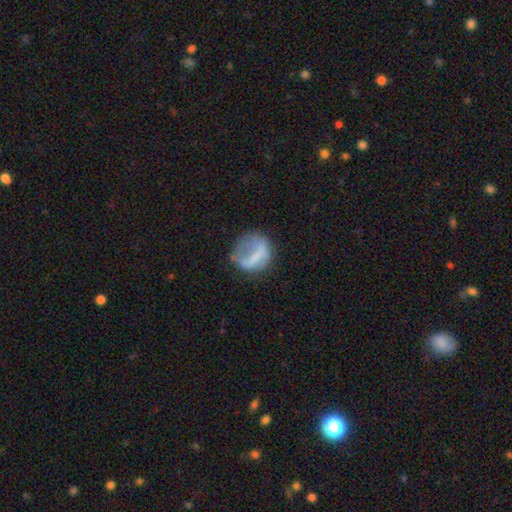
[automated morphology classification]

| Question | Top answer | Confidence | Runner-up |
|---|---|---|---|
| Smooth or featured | smooth | 56% | featured or disk (35%) |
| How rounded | round | 75% | in between (23%) |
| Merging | none | 45% | major disturbance (28%) |